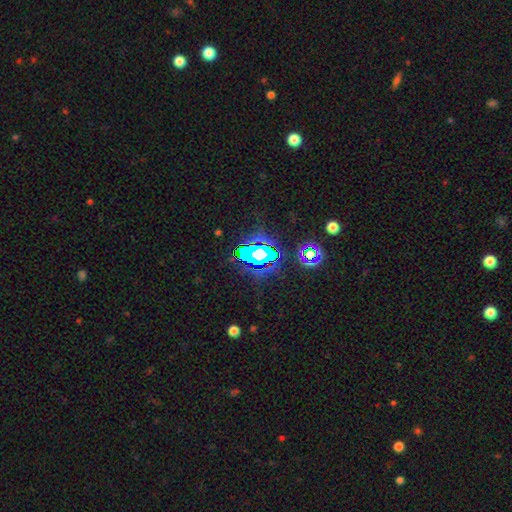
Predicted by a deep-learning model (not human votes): Morphology: type=star or artifact (78%).